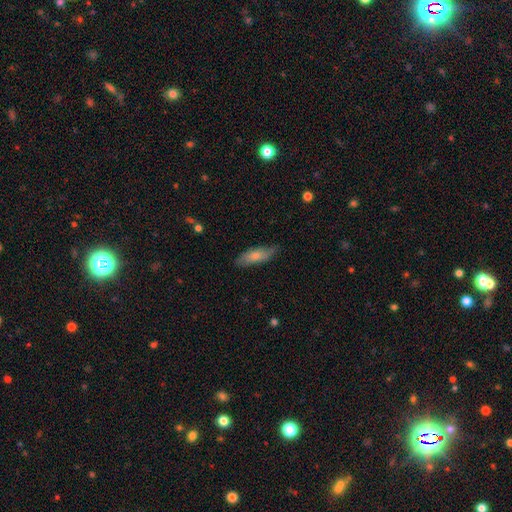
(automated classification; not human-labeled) Q: Smooth or featured?
A: smooth (72%); runner-up: featured or disk (22%)
Q: How rounded?
A: in between (63%); runner-up: cigar-shaped (35%)
Q: Merging?
A: none (73%); runner-up: minor disturbance (22%)